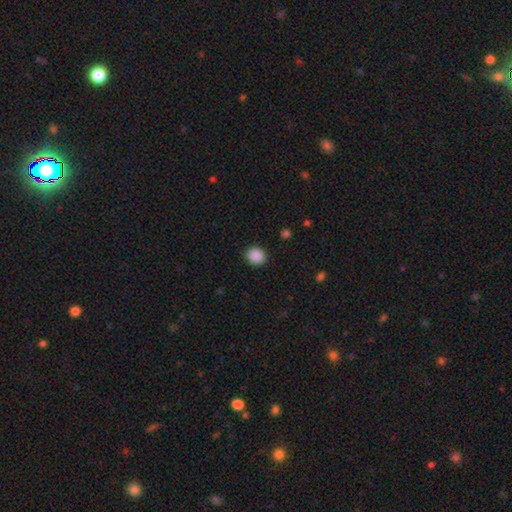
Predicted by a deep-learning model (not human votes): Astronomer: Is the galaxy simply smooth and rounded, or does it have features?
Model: smooth — 89%.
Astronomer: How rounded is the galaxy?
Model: round — 80%.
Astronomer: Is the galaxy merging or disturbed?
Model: none — 90%.